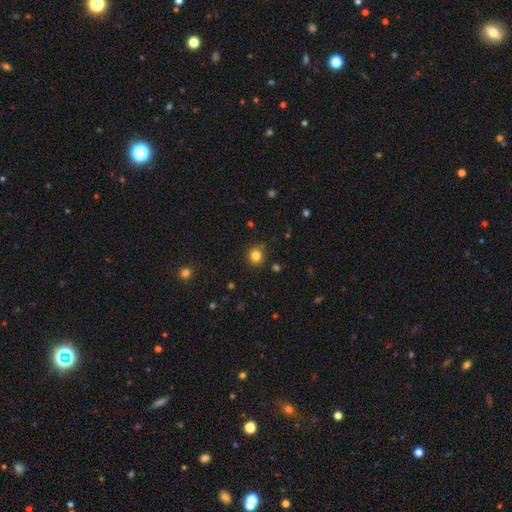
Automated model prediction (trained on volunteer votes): Q: Smooth or featured?
A: smooth (82%); runner-up: star or artifact (13%)
Q: How rounded?
A: round (88%); runner-up: in between (11%)
Q: Merging?
A: none (85%); runner-up: minor disturbance (10%)